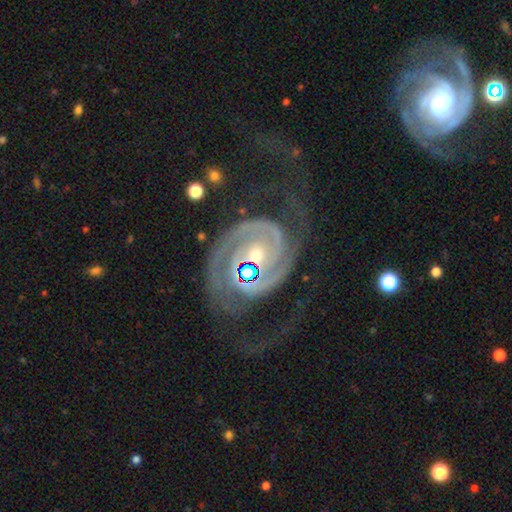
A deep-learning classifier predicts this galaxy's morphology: This is clearly a featured or disk galaxy (88%). It is clearly not viewed edge-on (98%). Bar: likely no (65%). Spiral arm pattern: clearly yes (96%). Spiral arm count: likely 2 (77%). Spiral winding: possibly tight (58%). Central bulge: possibly moderate (52%). Merging: possibly none (55%).